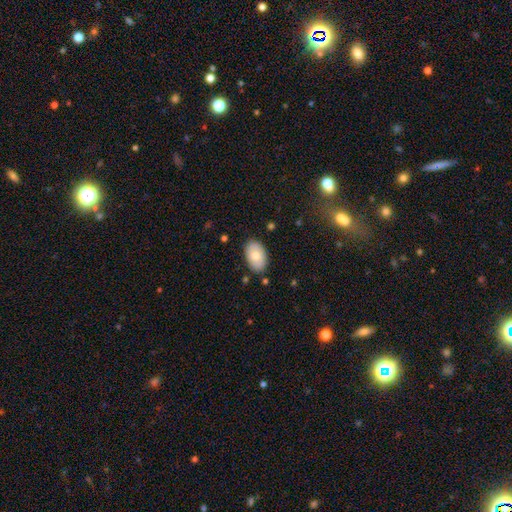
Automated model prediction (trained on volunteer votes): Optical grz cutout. It shows a smooth galaxy with no disk features (76%) that is in between round and cigar-shaped (92%). Merging: none (85%).